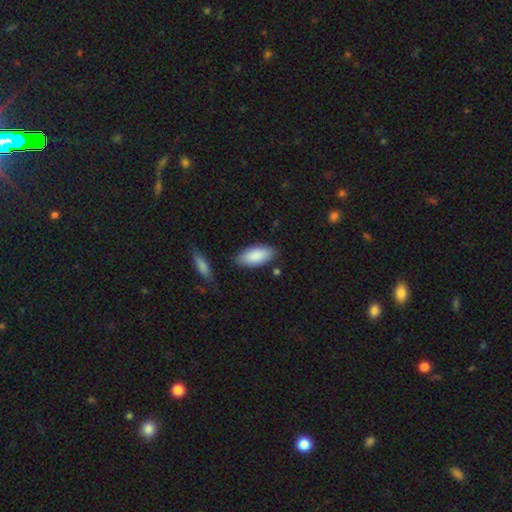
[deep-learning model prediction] Smooth or featured? Predicted: smooth (p=0.88). How rounded? Predicted: in between (p=0.91). Merging? Predicted: none (p=0.79).